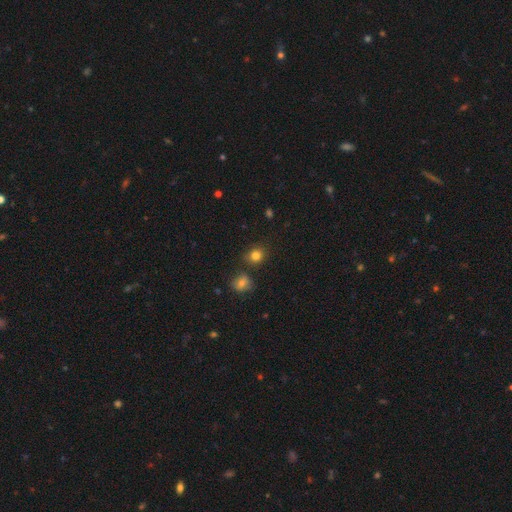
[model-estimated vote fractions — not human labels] This is clearly a smooth galaxy (81%). How rounded: likely round (80%). Merging: likely none (79%).